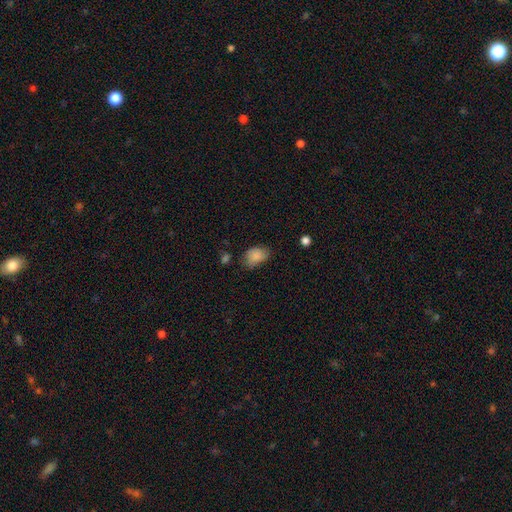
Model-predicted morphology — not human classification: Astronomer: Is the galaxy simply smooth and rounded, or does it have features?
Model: smooth — 84%.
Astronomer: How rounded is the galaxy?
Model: in between — 77%.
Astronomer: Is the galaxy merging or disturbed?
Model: none — 54% (runner-up: minor disturbance, 35%).